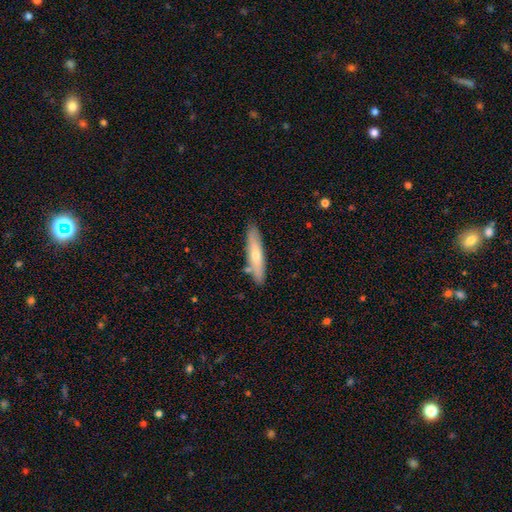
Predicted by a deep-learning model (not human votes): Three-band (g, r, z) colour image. It shows a smooth galaxy with no disk features (58%) that is cigar-shaped (80%). Merging: none (82%).